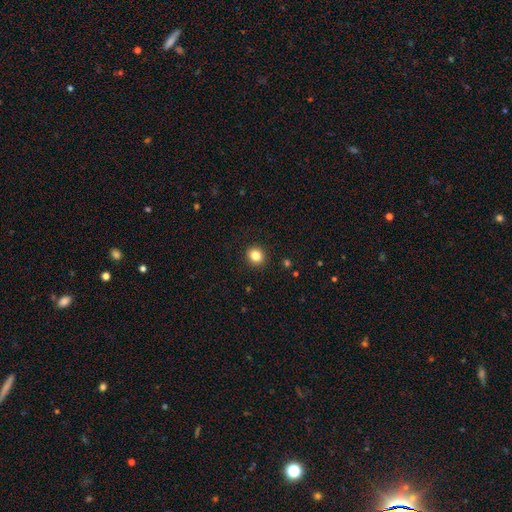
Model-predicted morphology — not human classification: smooth 84%, star or artifact 11%, featured or disk 6%. Down the decision tree: how rounded — round (77%); merging — none (92%).